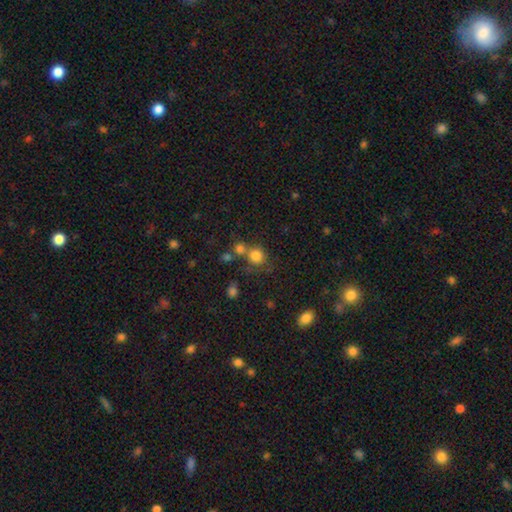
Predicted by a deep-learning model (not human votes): Smooth or featured? smooth (79%)
How rounded? round (88%)
Merging? none (56%)